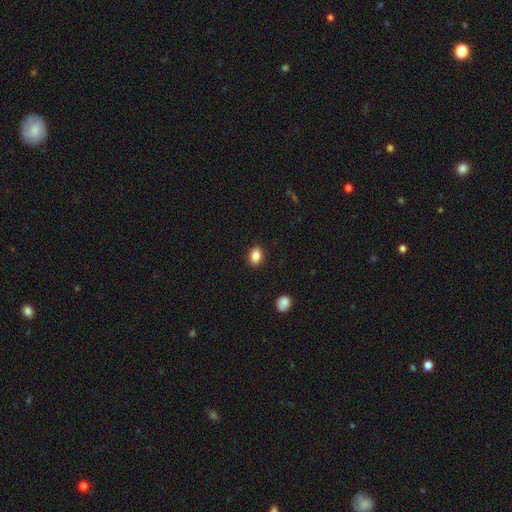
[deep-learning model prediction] Q: Smooth or featured?
A: smooth (87%); runner-up: star or artifact (8%)
Q: How rounded?
A: in between (81%); runner-up: round (18%)
Q: Merging?
A: none (89%); runner-up: minor disturbance (8%)